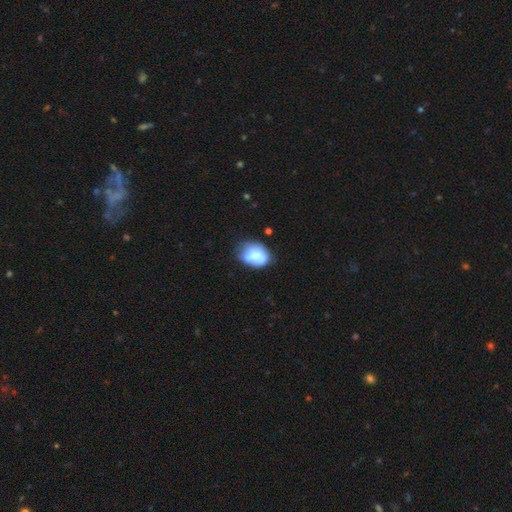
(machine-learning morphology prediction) smooth 67%, featured or disk 25%, star or artifact 8%. Down the decision tree: how rounded — in between (73%); merging — none (44%).